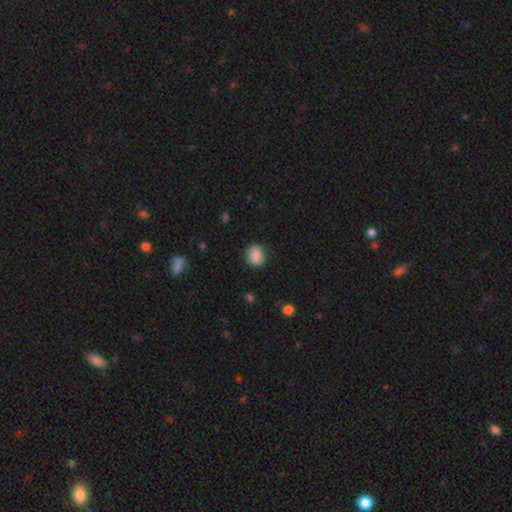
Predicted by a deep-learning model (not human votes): smooth 84%, star or artifact 8%, featured or disk 8%. Down the decision tree: how rounded — round (65%); merging — none (82%).